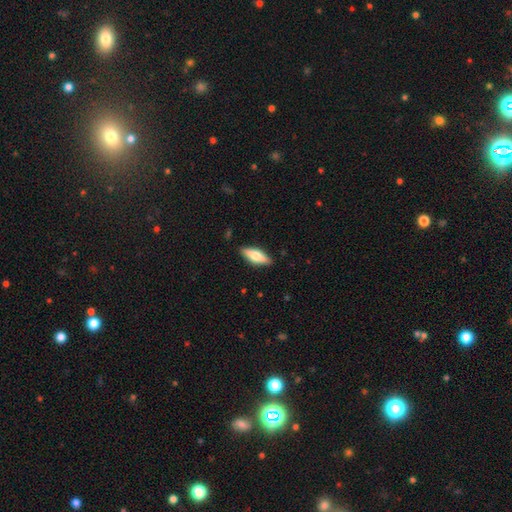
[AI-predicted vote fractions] smooth-or-featured: smooth: 59% | featured or disk: 35% | star or artifact: 6%
  how-rounded: in between: 63% | cigar-shaped: 35% | round: 2%
  merging: none: 87% | minor disturbance: 10% | major disturbance: 2% | merger: 1%